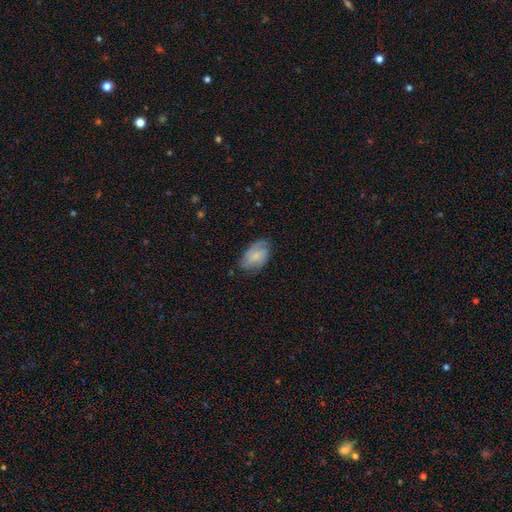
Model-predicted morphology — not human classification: This appears to be a smooth galaxy with no disk features (49%). Merging: none (64%).